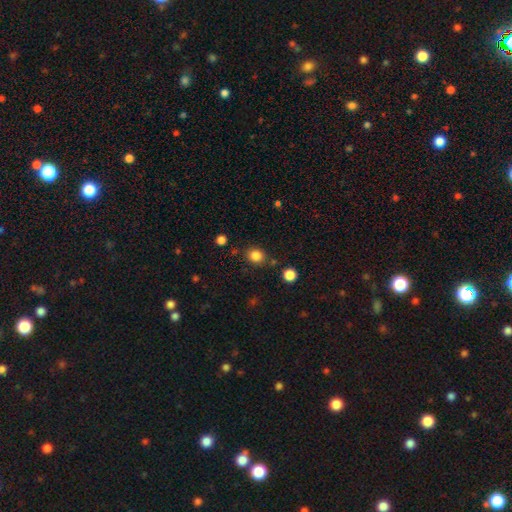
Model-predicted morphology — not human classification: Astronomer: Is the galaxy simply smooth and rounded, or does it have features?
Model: smooth — 84%.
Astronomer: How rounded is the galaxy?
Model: round — 70%.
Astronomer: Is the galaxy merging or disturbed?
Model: none — 81%.